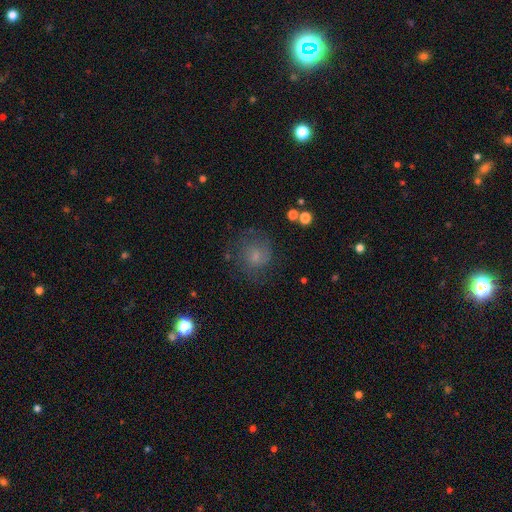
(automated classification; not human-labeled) smooth-or-featured: smooth: 53% | featured or disk: 32% | star or artifact: 15%
  how-rounded: round: 81% | in between: 18% | cigar-shaped: 1%
  merging: none: 62% | minor disturbance: 21% | major disturbance: 15% | merger: 2%